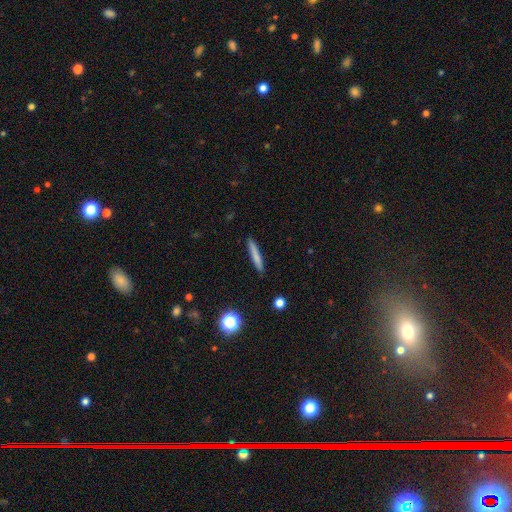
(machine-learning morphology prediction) The model was most divided on "smooth or featured": smooth: 76%, featured or disk: 17%, star or artifact: 7%. More confident: how rounded — cigar-shaped (94%); merging — none (90%).